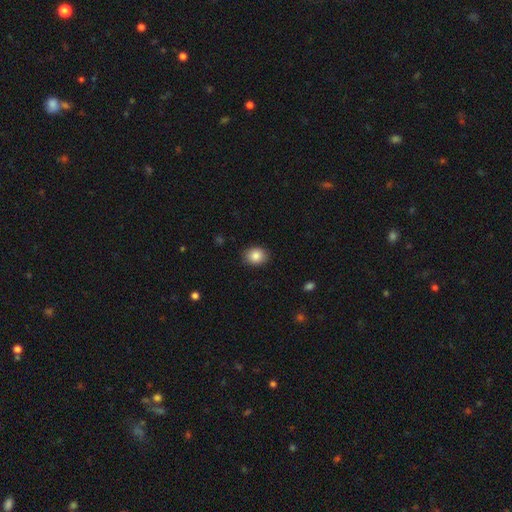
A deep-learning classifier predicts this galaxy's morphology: This appears to be a smooth galaxy with no disk features (86%) that is round (58%). Merging: none (88%).